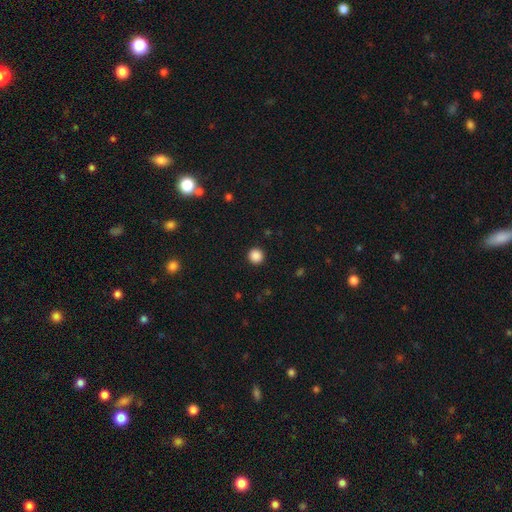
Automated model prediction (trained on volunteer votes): The model was most divided on "smooth or featured": smooth: 87%, star or artifact: 11%, featured or disk: 2%. More confident: how rounded — round (94%); merging — none (92%).